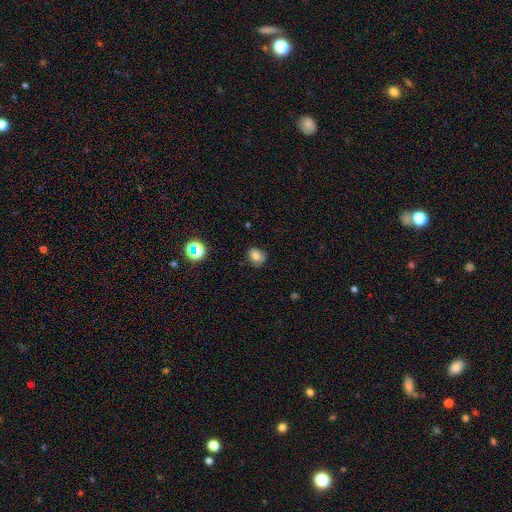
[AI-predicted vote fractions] Smooth or featured?
  - smooth: 76% *
  - star or artifact: 14%
  - featured or disk: 10%
How rounded?
  - round: 56% *
  - in between: 43%
  - cigar-shaped: 1%
Merging?
  - none: 77% *
  - minor disturbance: 17%
  - major disturbance: 4%
  - merger: 2%